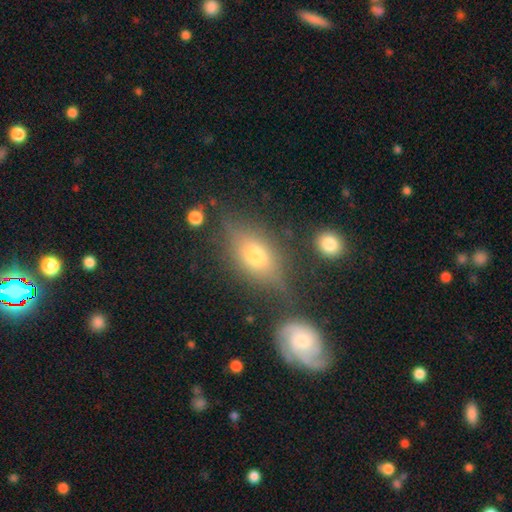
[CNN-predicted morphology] Overall: smooth (57%; featured or disk 32%). How rounded: in between (81%). Merging: none (65%).